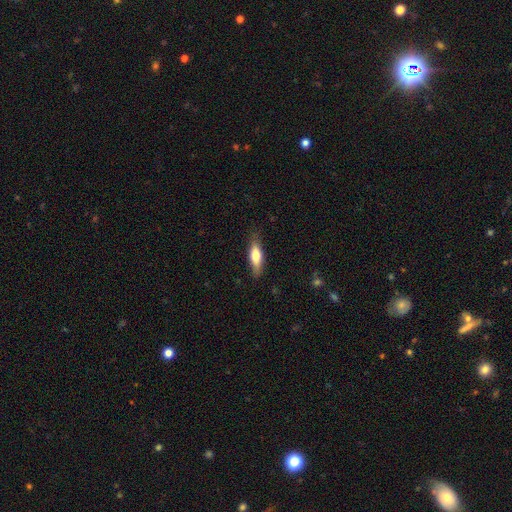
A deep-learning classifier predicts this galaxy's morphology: This is likely a smooth galaxy (65%). How rounded: possibly cigar-shaped (51%). Merging: clearly none (81%).